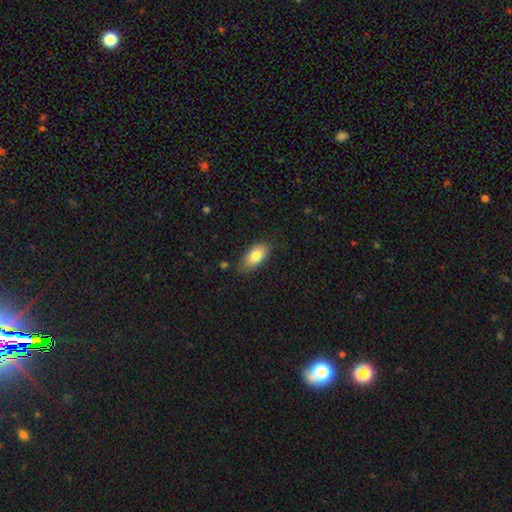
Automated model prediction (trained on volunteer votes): smooth_or_featured: smooth (p=0.80) [alt: featured or disk p=0.14]
how_rounded: in between (p=0.92) [alt: cigar-shaped p=0.04]
merging: none (p=0.76) [alt: minor disturbance p=0.19]